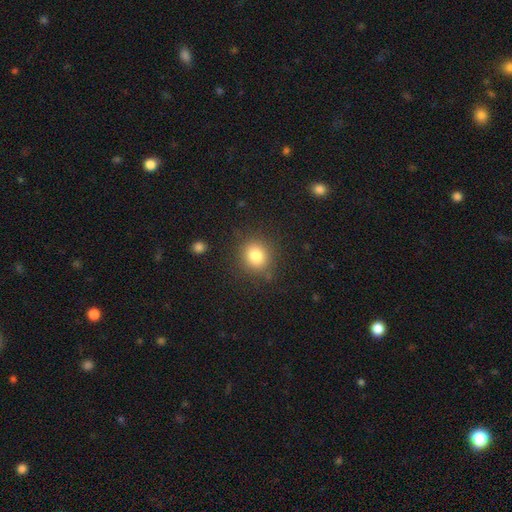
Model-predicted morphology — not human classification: This appears to be a smooth galaxy with no disk features (82%) that is round (80%). Merging: none (84%).